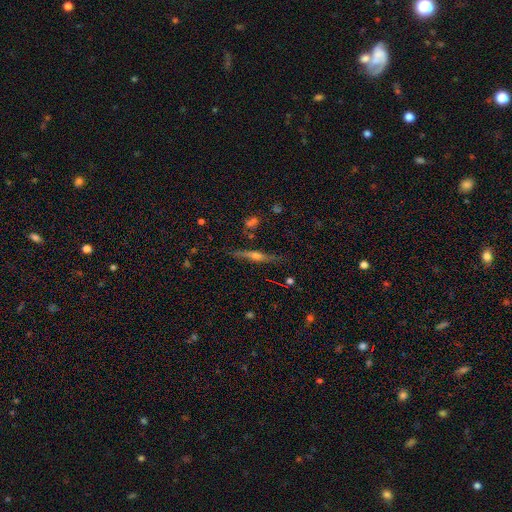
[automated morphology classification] The model was most divided on "smooth or featured": featured or disk: 67%, smooth: 24%, star or artifact: 9%. More confident: edge-on disk — yes (95%); edge-on bulge — rounded (85%); merging — none (83%).